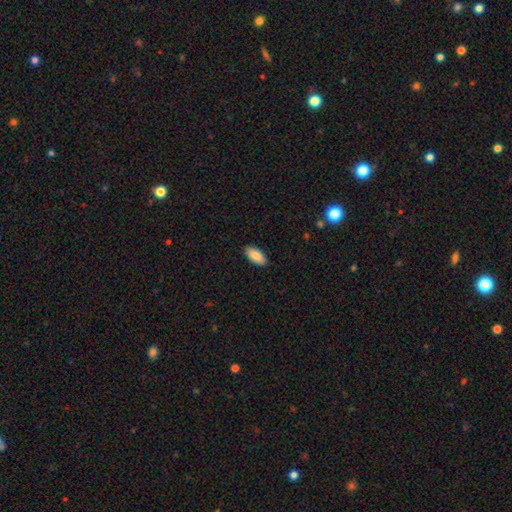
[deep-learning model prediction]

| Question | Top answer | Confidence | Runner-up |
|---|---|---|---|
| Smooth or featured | smooth | 89% | star or artifact (6%) |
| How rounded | in between | 90% | cigar-shaped (9%) |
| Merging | none | 90% | minor disturbance (7%) |